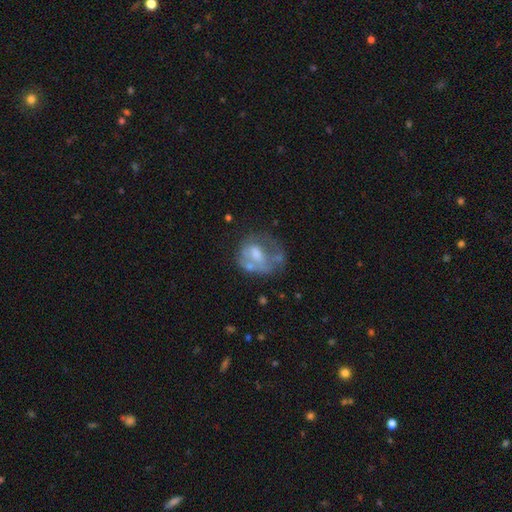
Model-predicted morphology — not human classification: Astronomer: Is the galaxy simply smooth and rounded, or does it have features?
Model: featured or disk — 53% (runner-up: smooth, 38%).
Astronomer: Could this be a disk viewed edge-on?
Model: no — 97%.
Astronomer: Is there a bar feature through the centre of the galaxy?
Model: no — 64%.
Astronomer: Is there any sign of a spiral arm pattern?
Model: no — 67%.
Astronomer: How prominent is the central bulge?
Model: moderate — 45% (runner-up: small, 24%).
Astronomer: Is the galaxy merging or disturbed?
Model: none — 35% (runner-up: major disturbance, 32%).